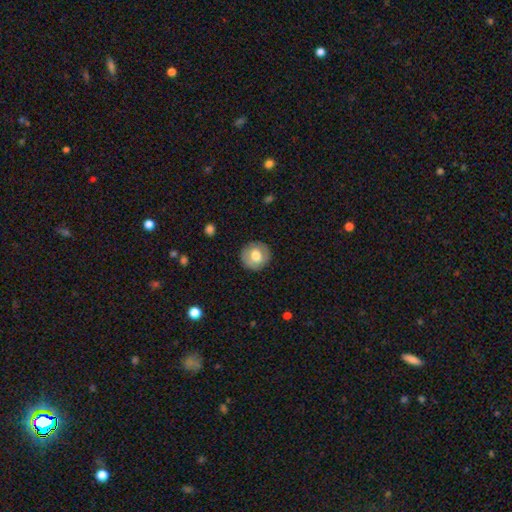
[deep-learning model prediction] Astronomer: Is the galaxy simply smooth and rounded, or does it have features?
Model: smooth — 68%.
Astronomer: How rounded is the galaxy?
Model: round — 91%.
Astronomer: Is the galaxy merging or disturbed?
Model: none — 88%.